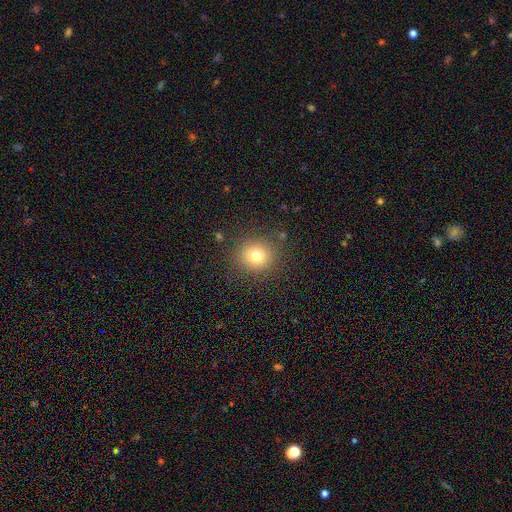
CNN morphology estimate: smooth-or-featured: smooth: 75% | star or artifact: 14% | featured or disk: 11%
  how-rounded: round: 86% | in between: 13% | cigar-shaped: 1%
  merging: none: 86% | minor disturbance: 8% | major disturbance: 4% | merger: 1%